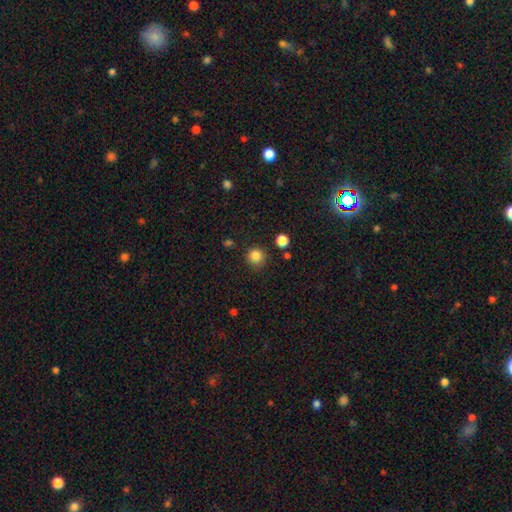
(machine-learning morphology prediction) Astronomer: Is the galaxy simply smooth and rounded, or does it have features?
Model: smooth — 85%.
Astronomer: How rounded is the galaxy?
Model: round — 94%.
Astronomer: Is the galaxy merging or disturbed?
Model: none — 87%.